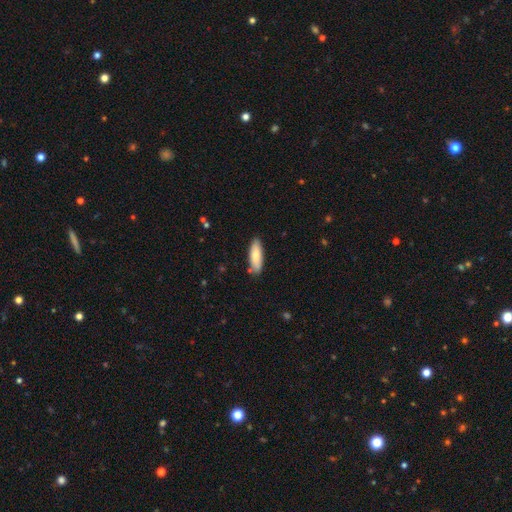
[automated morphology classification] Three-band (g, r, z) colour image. It shows a smooth galaxy with no disk features (77%) that is in between round and cigar-shaped (58%). Merging: none (85%).